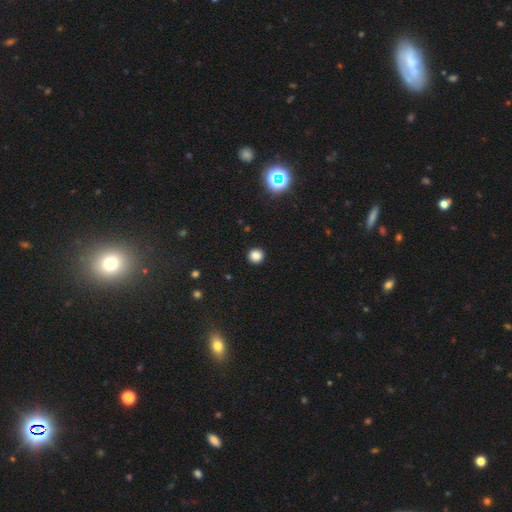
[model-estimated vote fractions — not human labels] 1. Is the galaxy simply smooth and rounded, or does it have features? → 84% smooth, 13% star or artifact, 3% featured or disk.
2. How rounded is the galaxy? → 94% round, 5% in between, 1% cigar-shaped.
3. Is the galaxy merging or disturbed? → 93% none, 4% minor disturbance, 2% major disturbance, 1% merger.